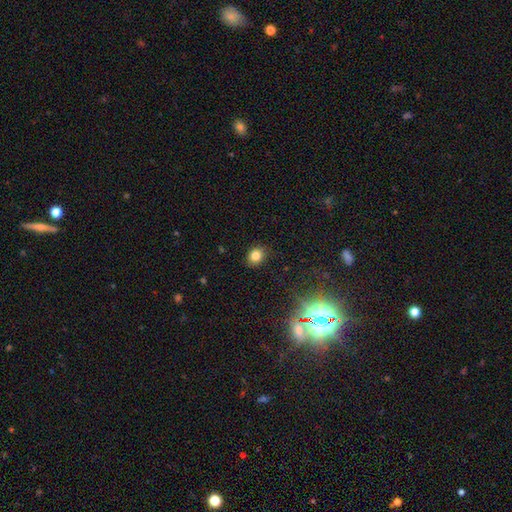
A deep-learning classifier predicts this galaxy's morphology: Overall: smooth (81%). How rounded: round (55%; in between 44%). Merging: none (87%).